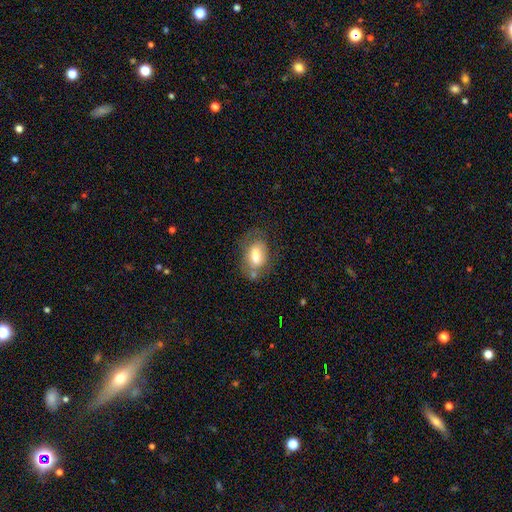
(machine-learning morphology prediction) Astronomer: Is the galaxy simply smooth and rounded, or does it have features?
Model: smooth — 63%.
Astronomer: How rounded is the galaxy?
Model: in between — 88%.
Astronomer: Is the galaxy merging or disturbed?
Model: none — 53%.